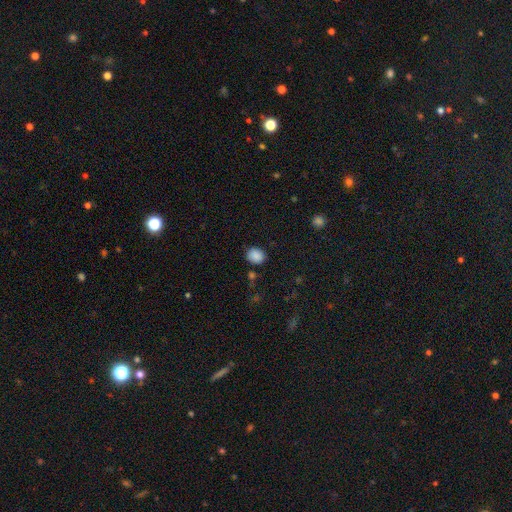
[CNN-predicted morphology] Smooth or featured? smooth (87%)
How rounded? round (61%)
Merging? none (83%)